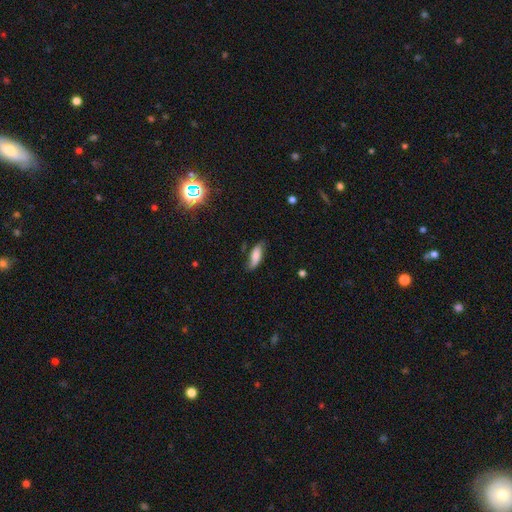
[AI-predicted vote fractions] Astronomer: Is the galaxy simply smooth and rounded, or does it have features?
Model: smooth — 72%.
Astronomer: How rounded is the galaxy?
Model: in between — 64%.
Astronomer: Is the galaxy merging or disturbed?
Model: none — 66%.